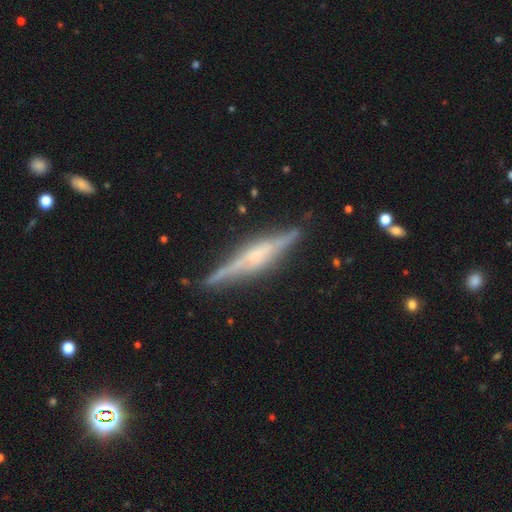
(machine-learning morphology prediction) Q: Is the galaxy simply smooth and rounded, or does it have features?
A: featured or disk — 82%.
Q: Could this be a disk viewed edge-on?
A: yes — 97%.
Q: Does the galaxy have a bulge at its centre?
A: rounded — 43%.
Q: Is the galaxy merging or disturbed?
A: none — 86%.